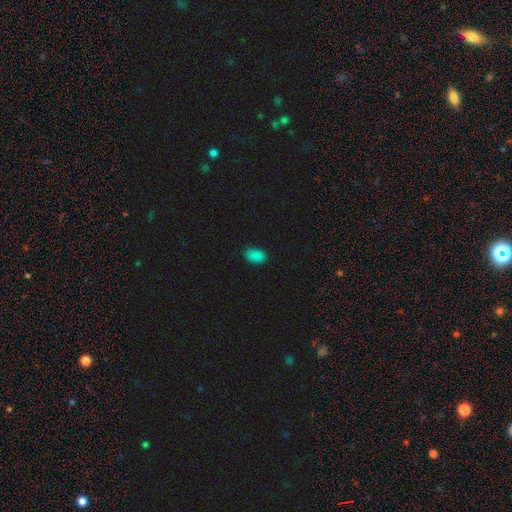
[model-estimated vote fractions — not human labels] Smooth or featured? smooth (85%)
How rounded? in between (89%)
Merging? none (83%)